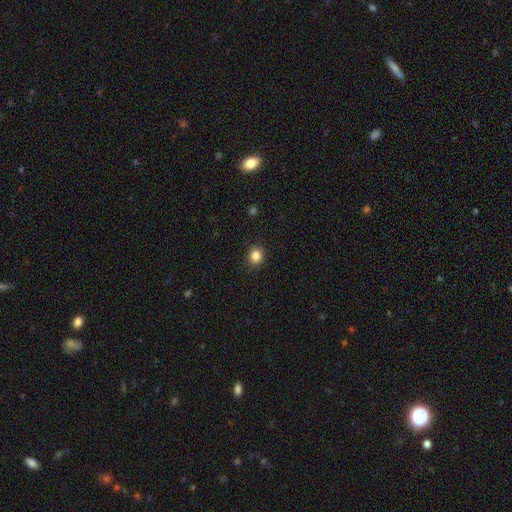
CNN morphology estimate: Smooth or featured? smooth (85%)
How rounded? round (76%)
Merging? none (90%)